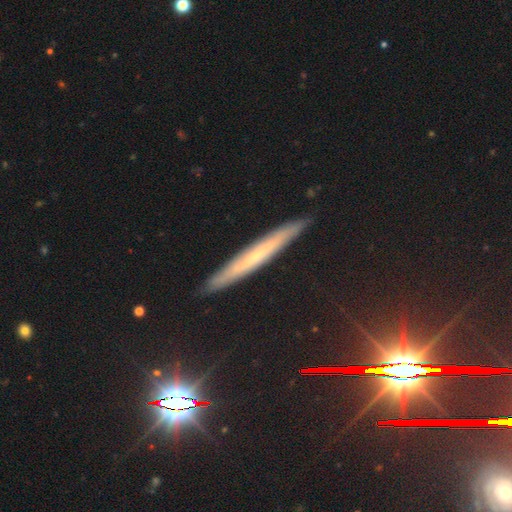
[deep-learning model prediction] Smooth or featured: featured or disk — 54% (smooth — 33%)
Edge-on disk: yes — 89% (no — 11%)
Merging: none — 89% (minor disturbance — 9%)